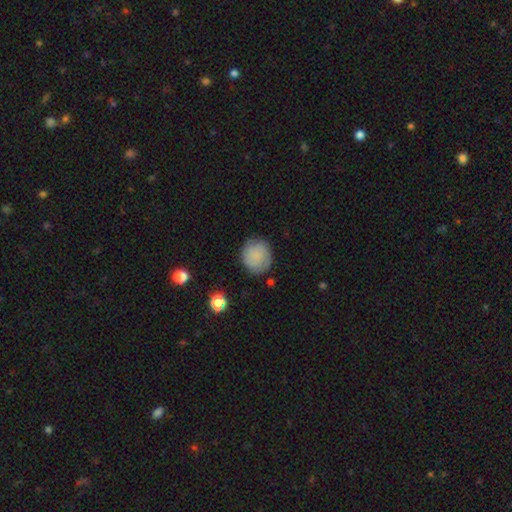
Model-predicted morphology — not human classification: Smooth or featured? smooth (67%)
How rounded? round (84%)
Merging? none (78%)